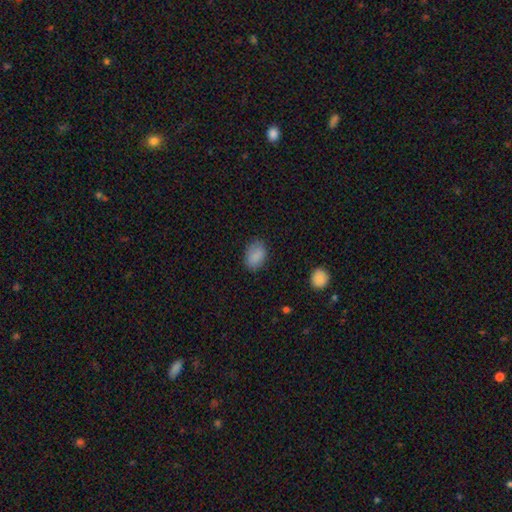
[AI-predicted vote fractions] A smooth galaxy with no disk features (87%) that is in between round and cigar-shaped (82%). Merging: none (81%).